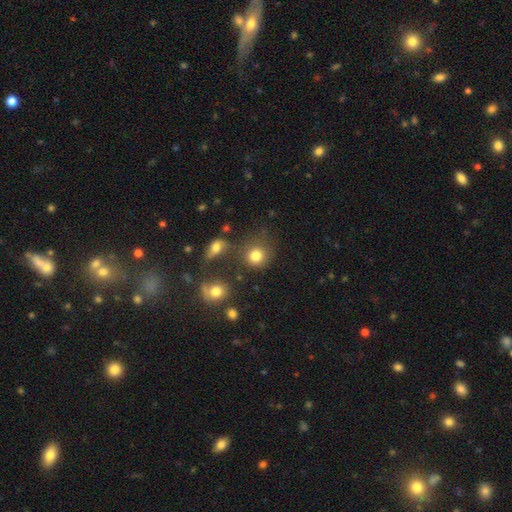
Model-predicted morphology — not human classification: This appears to be a smooth galaxy with no disk features (80%) that is round (88%). Merging: none (69%).